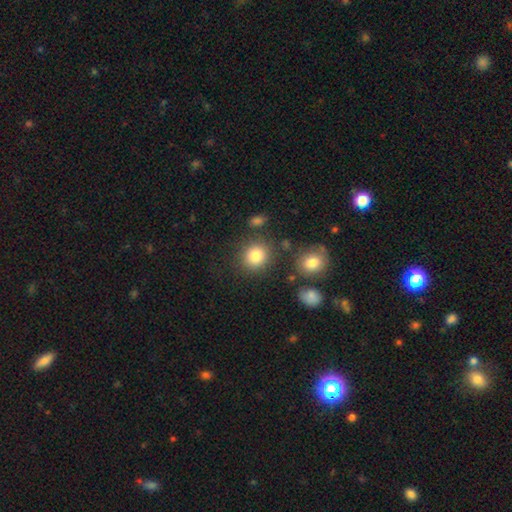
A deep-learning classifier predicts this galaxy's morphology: Smooth or featured? Predicted: smooth (p=0.84). How rounded? Predicted: round (p=0.78). Merging? Predicted: none (p=0.80).